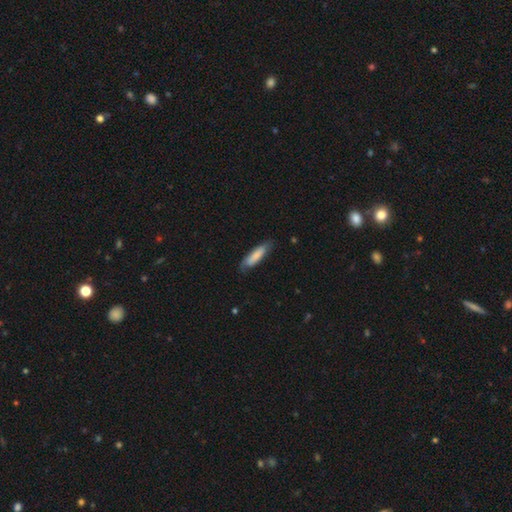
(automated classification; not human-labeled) The model was most divided on "how rounded": cigar-shaped: 71%, in between: 28%, round: 1%. More confident: smooth or featured — smooth (78%); merging — none (73%).